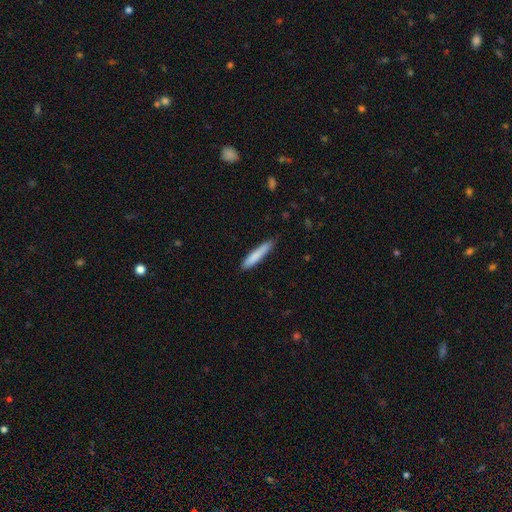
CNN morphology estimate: Smooth or featured: smooth — 82% (featured or disk — 12%)
How rounded: cigar-shaped — 91% (in between — 8%)
Merging: none — 82% (minor disturbance — 15%)